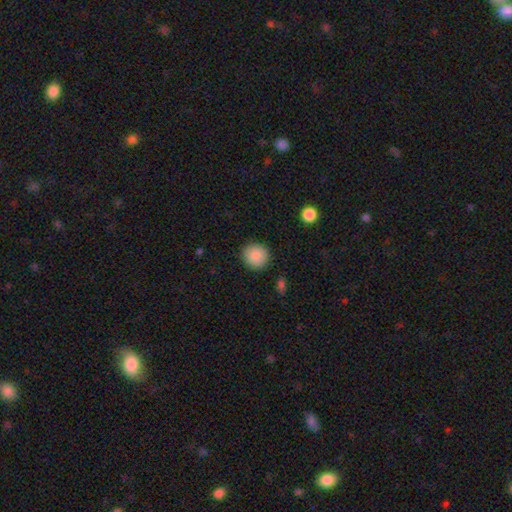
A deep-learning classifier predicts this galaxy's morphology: This is clearly a smooth galaxy (88%). How rounded: clearly round (92%). Merging: clearly none (90%).